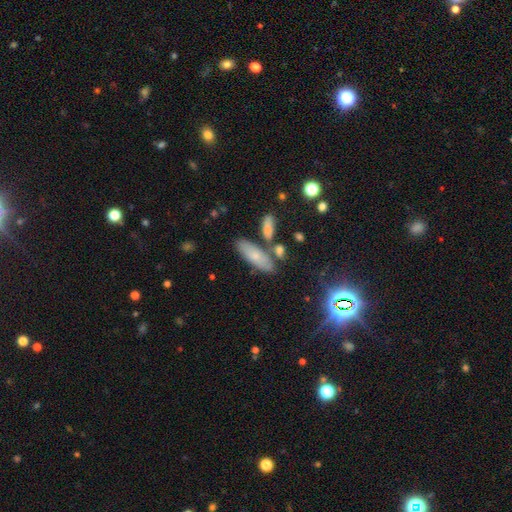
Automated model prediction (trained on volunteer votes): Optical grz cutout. It shows a smooth galaxy with no disk features (67%) that is in between round and cigar-shaped (64%). Merging: none (69%).